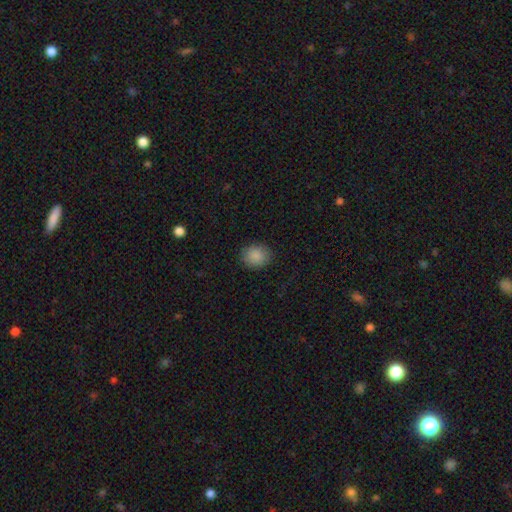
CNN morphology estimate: A smooth galaxy with no disk features (88%) that is round (70%). Merging: none (87%).